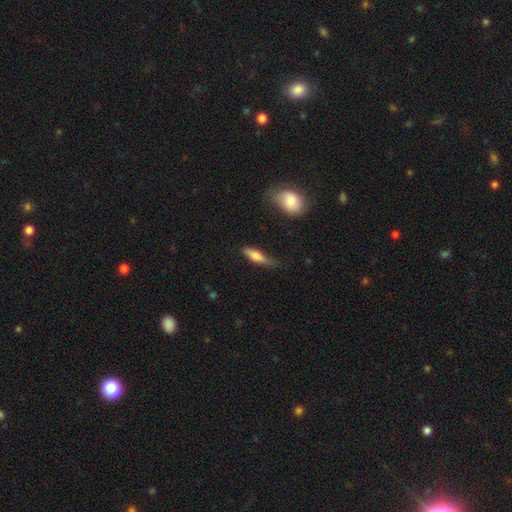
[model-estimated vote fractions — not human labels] A smooth galaxy with no disk features (69%) that is cigar-shaped (61%). Merging: none (58%).